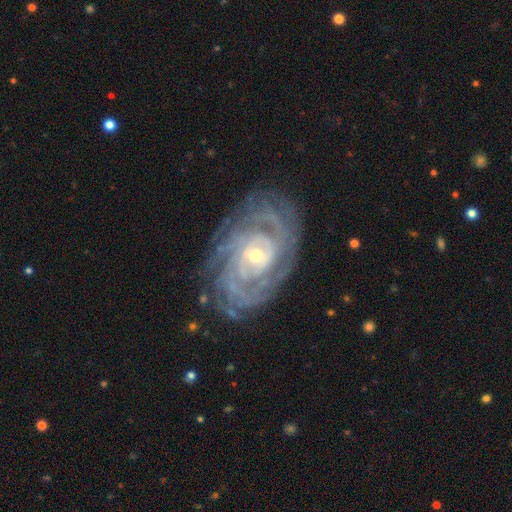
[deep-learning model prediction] This appears to be a featured or disk galaxy (91%) with no bar (59%), tight (81%) spiral arms (98%) and a small central bulge (60%). Merging: none (79%).